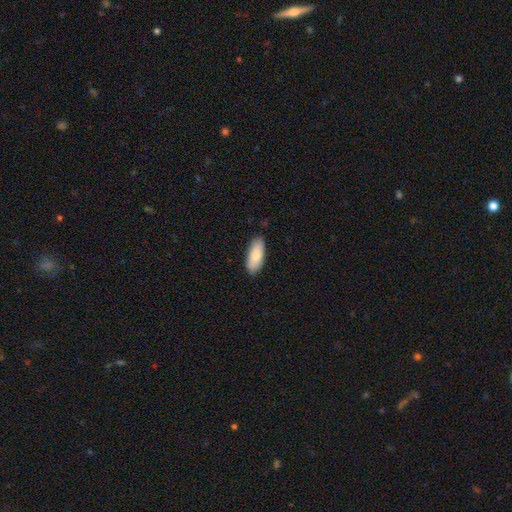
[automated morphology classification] Smooth or featured: smooth — 85% (featured or disk — 10%)
How rounded: in between — 80% (cigar-shaped — 18%)
Merging: none — 87% (minor disturbance — 10%)